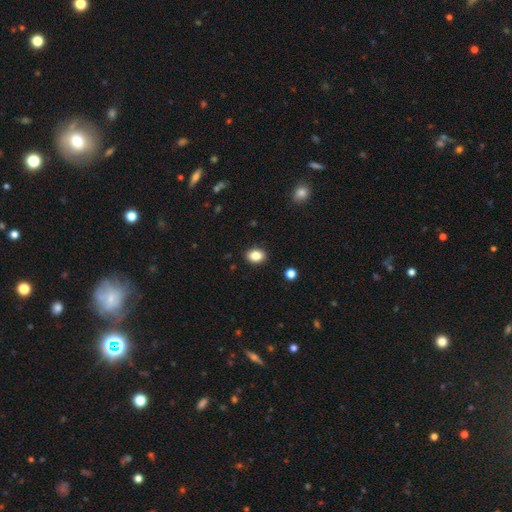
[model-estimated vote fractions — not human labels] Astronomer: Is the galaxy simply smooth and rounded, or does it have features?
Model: smooth — 85%.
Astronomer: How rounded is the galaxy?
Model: in between — 65%.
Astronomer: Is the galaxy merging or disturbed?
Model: none — 90%.